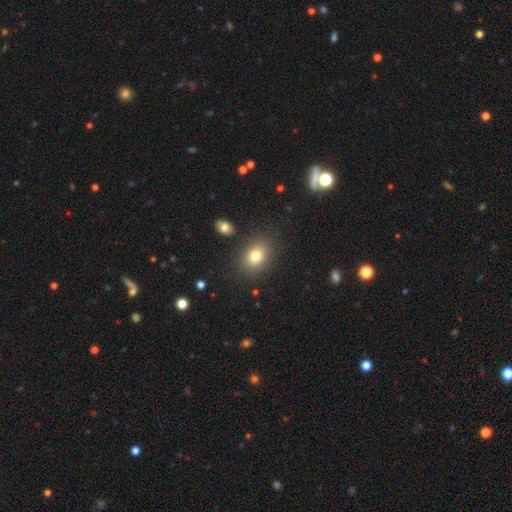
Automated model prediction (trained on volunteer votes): Morphology: type=smooth (79%); roundness=in between (59%); merging=none (83%).